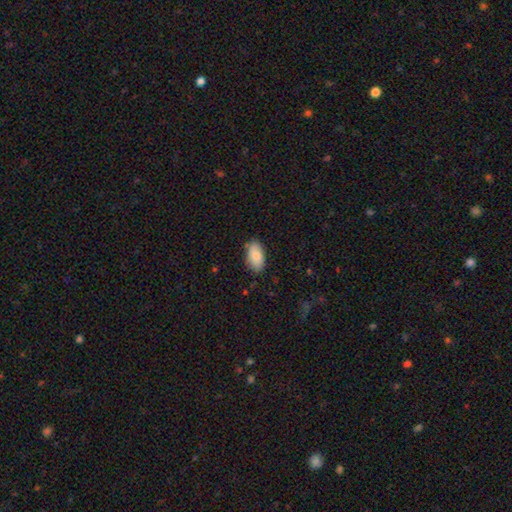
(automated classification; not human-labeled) smooth 83%, featured or disk 10%, star or artifact 6%. Down the decision tree: how rounded — in between (94%); merging — none (82%).